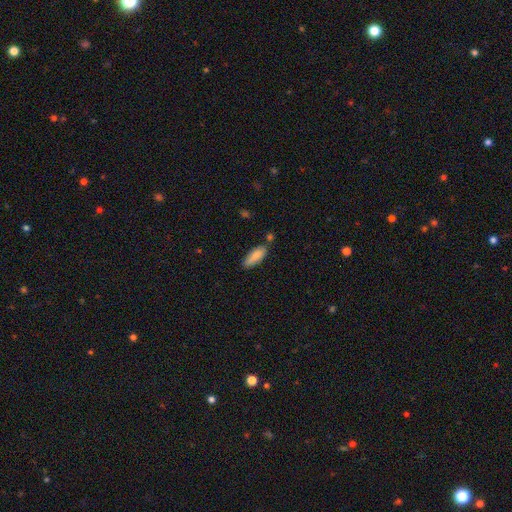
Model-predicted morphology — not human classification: This is clearly a smooth galaxy (84%). How rounded: likely in between (69%). Merging: likely none (67%).